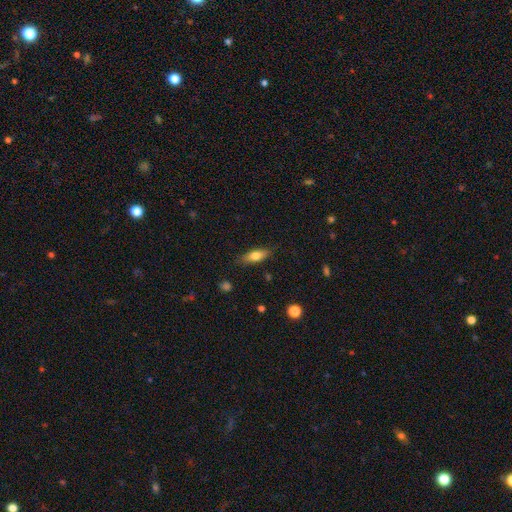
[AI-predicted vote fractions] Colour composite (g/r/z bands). It shows a smooth galaxy with no disk features (71%) that is in between round and cigar-shaped (62%). Merging: none (82%).